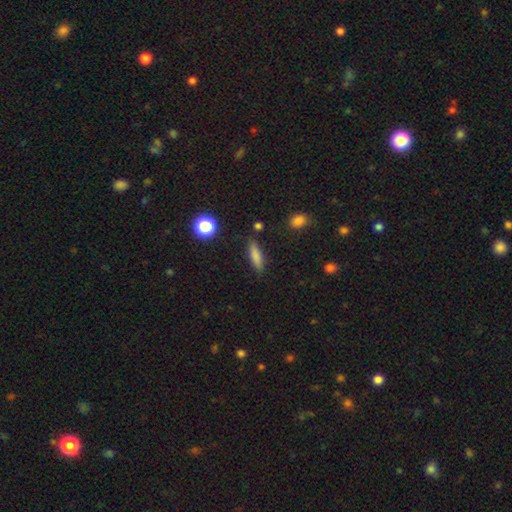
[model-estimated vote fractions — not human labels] Smooth or featured: smooth — 80% (featured or disk — 12%)
How rounded: cigar-shaped — 67% (in between — 30%)
Merging: none — 84% (minor disturbance — 11%)